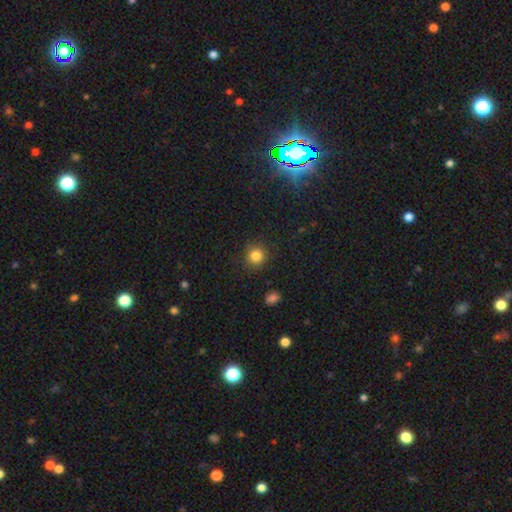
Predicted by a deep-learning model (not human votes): Smooth or featured? smooth (83%)
How rounded? round (90%)
Merging? none (88%)